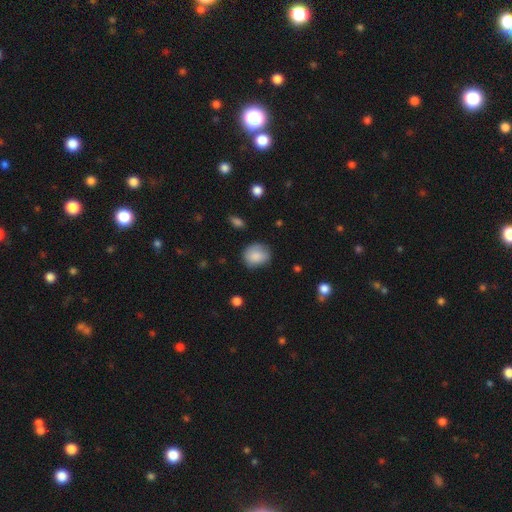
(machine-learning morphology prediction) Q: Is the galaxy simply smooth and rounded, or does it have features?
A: smooth — 84%.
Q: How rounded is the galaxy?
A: round — 67%.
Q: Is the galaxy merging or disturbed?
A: none — 70%.